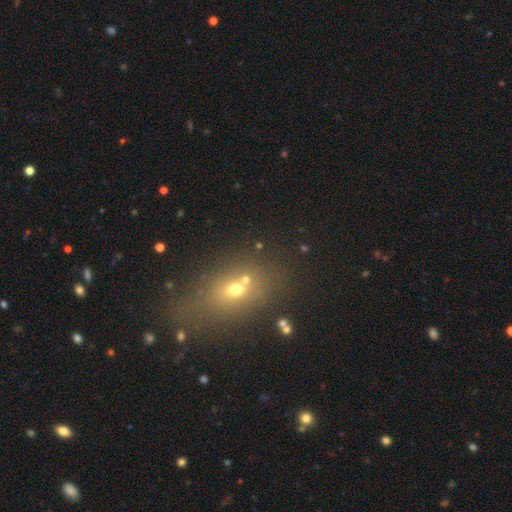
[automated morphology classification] Overall: smooth (49%; star or artifact 33%). Merging: none (67%).